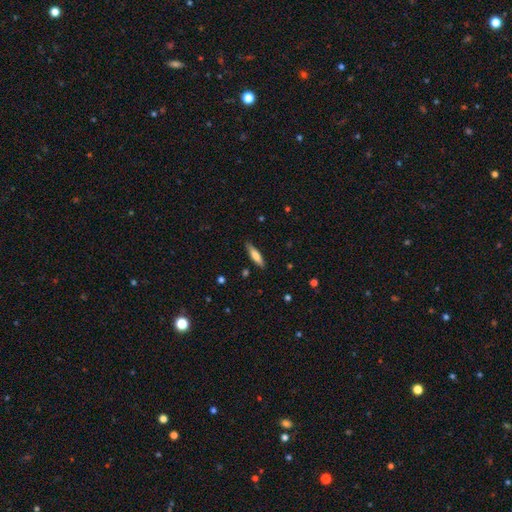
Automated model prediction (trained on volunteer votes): Smooth or featured?
  - smooth: 66% *
  - featured or disk: 28%
  - star or artifact: 6%
How rounded?
  - cigar-shaped: 75% *
  - in between: 24%
  - round: 2%
Merging?
  - none: 85% *
  - minor disturbance: 12%
  - major disturbance: 2%
  - merger: 1%